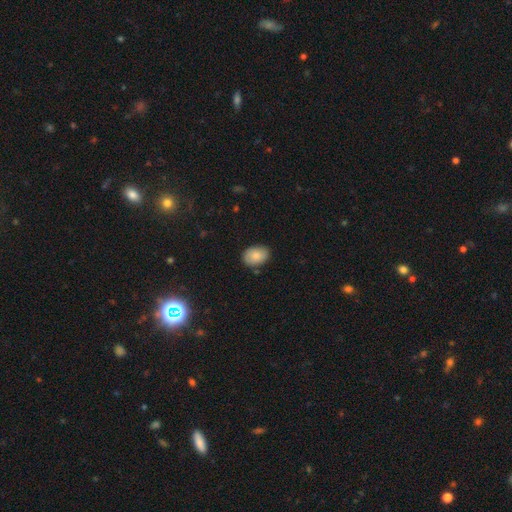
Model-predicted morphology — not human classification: Smooth or featured? Predicted: smooth (p=0.83). How rounded? Predicted: in between (p=0.79). Merging? Predicted: none (p=0.81).